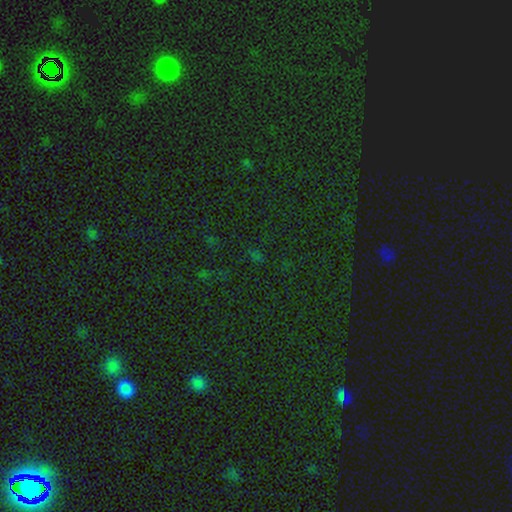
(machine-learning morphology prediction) The model was most divided on "smooth or featured": star or artifact: 70%, smooth: 22%, featured or disk: 8%.